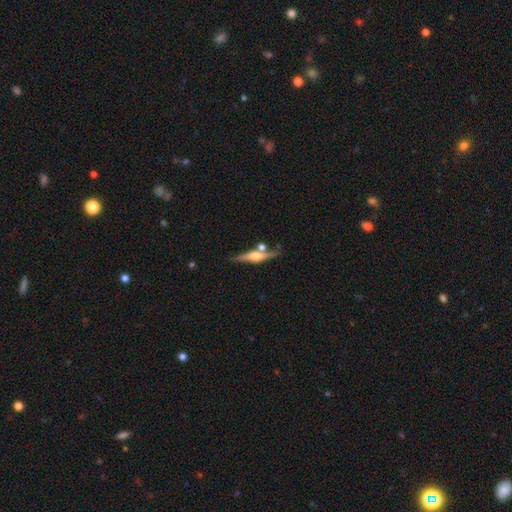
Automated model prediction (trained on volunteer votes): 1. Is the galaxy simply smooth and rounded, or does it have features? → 70% featured or disk, 23% smooth, 6% star or artifact.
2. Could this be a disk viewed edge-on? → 95% yes, 5% no.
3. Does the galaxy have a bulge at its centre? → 89% rounded, 7% boxy, 4% none.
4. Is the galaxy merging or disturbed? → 69% none, 14% merger, 13% minor disturbance, 4% major disturbance.